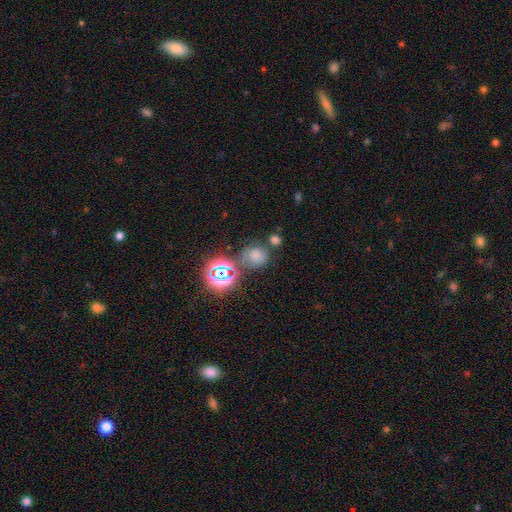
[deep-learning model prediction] Smooth or featured? Predicted: smooth (p=0.62). How rounded? Predicted: round (p=0.72). Merging? Predicted: none (p=0.57).